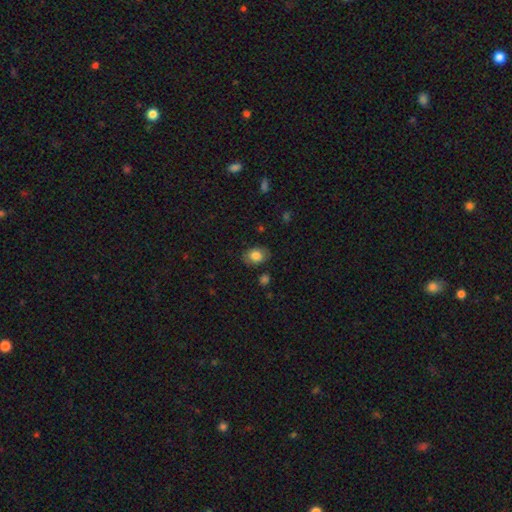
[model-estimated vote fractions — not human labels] Smooth or featured? Predicted: smooth (p=0.81). How rounded? Predicted: in between (p=0.71). Merging? Predicted: none (p=0.79).